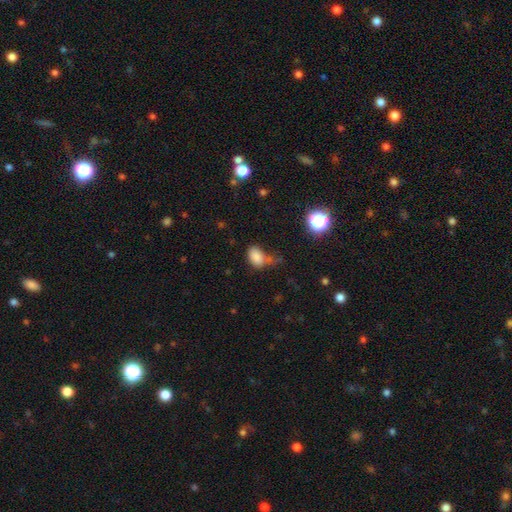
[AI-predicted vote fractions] This is clearly a smooth galaxy (82%). How rounded: clearly in between (83%). Merging: possibly none (45%).